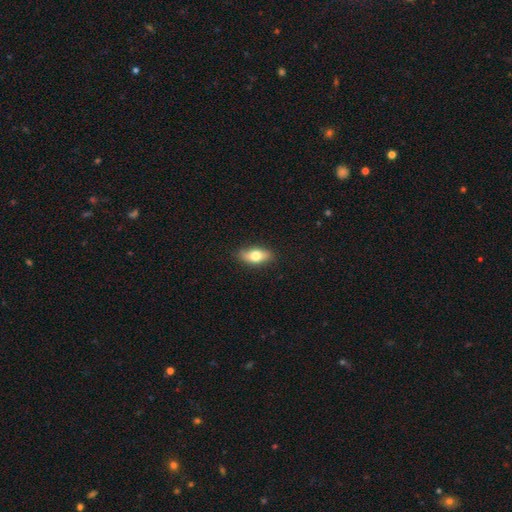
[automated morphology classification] smooth_or_featured: smooth (p=0.69) [alt: featured or disk p=0.24]
how_rounded: in between (p=0.82) [alt: cigar-shaped p=0.12]
merging: none (p=0.85) [alt: minor disturbance p=0.12]